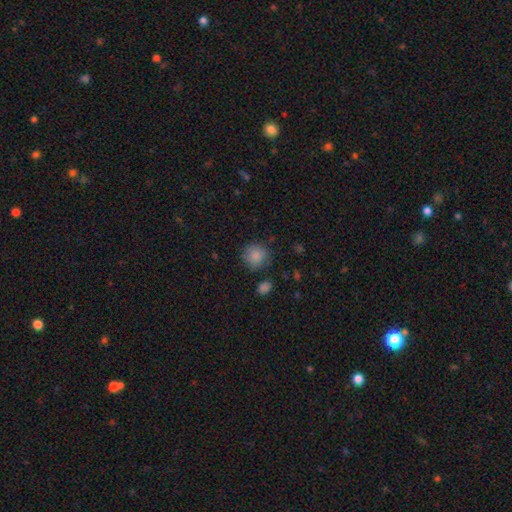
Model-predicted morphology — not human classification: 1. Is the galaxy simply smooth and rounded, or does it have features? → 86% smooth, 9% star or artifact, 5% featured or disk.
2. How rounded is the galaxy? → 90% round, 9% in between, 1% cigar-shaped.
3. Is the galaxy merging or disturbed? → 79% none, 14% minor disturbance, 4% major disturbance, 3% merger.